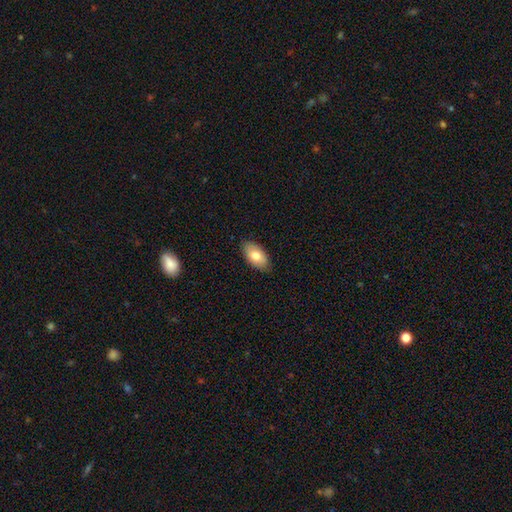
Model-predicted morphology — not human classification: A smooth galaxy with no disk features (78%) that is in between round and cigar-shaped (94%). Merging: none (87%).